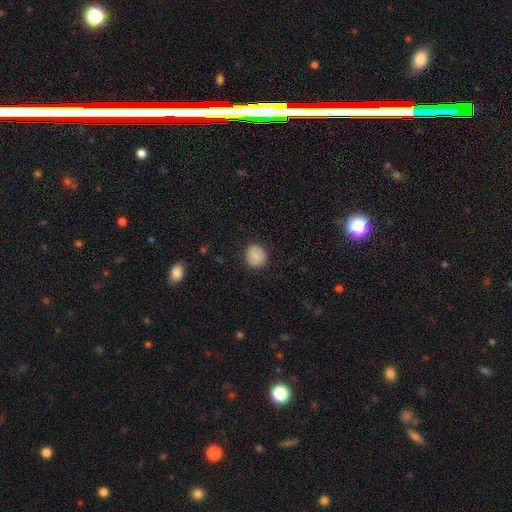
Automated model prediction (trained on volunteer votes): smooth-or-featured: smooth: 84% | star or artifact: 8% | featured or disk: 8%
  how-rounded: round: 80% | in between: 19% | cigar-shaped: 1%
  merging: none: 86% | minor disturbance: 10% | major disturbance: 3% | merger: 1%